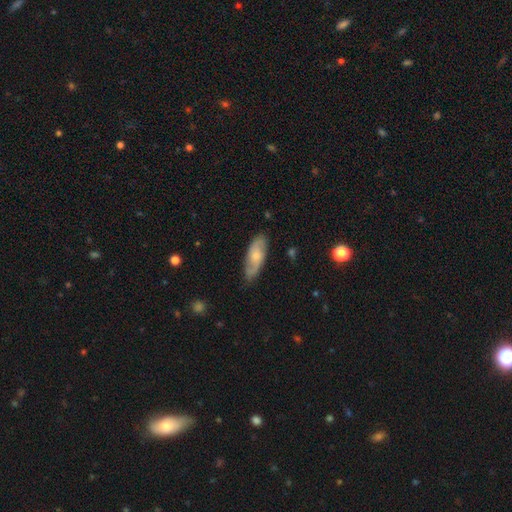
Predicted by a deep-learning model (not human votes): Q: Smooth or featured?
A: featured or disk (55%); runner-up: smooth (39%)
Q: Edge-on disk?
A: no (87%); runner-up: yes (13%)
Q: Merging?
A: none (80%); runner-up: minor disturbance (16%)